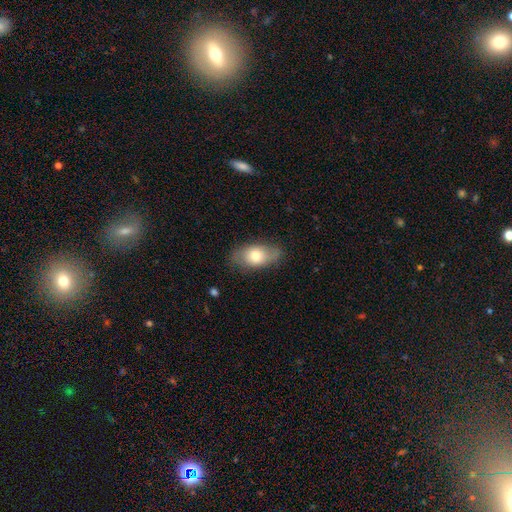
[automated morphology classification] Overall: smooth (71%). How rounded: in between (89%). Merging: none (76%).